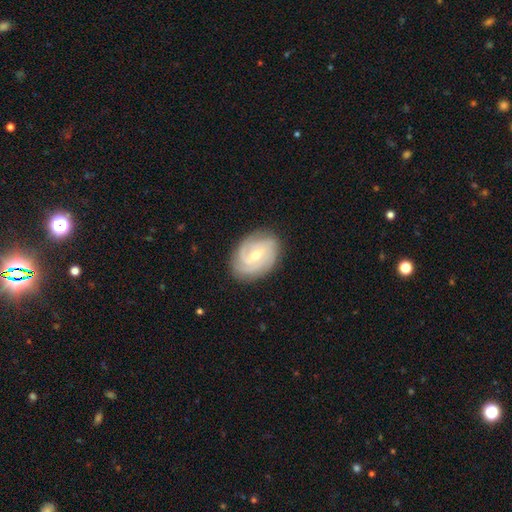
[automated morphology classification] smooth_or_featured: featured or disk (p=0.84) [alt: smooth p=0.11]
disk_edge_on: no (p=0.97) [alt: yes p=0.03]
bar: weak (p=0.51) [alt: no p=0.36]
has_spiral_arms: yes (p=0.96) [alt: no p=0.04]
spiral_winding: tight (p=0.61) [alt: medium p=0.32]
spiral_arm_count: 3 (p=0.40) [alt: can't tell p=0.19]
bulge_size: moderate (p=0.50) [alt: small p=0.47]
merging: none (p=0.81) [alt: minor disturbance p=0.14]